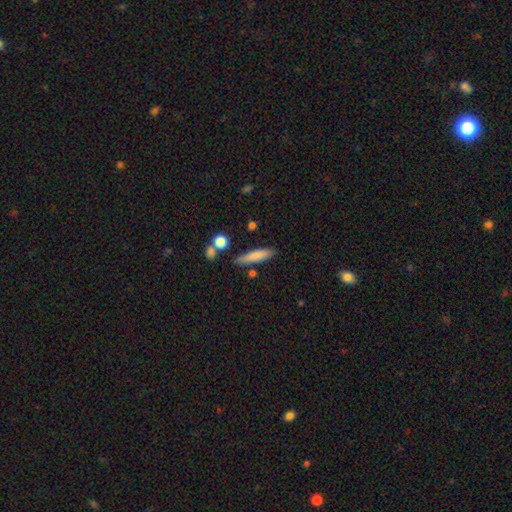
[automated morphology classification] Overall: smooth (79%). How rounded: cigar-shaped (83%). Merging: none (80%).